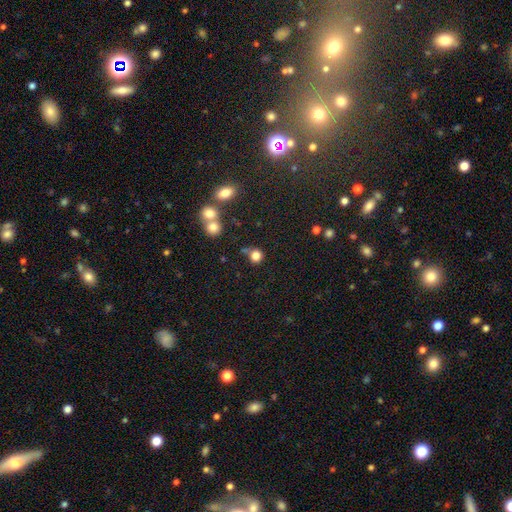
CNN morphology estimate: Overall: smooth (82%). How rounded: round (88%). Merging: none (65%).